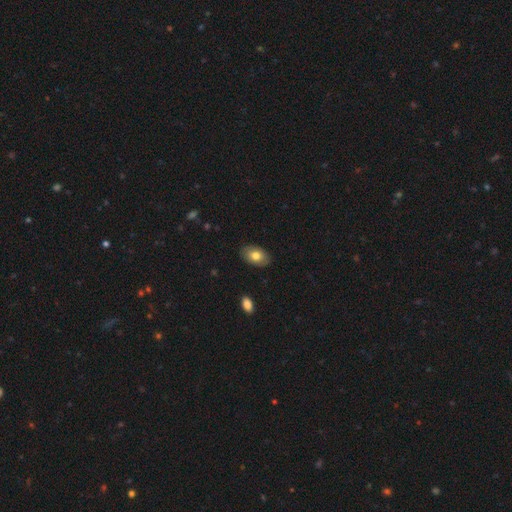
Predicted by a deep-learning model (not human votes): smooth-or-featured: smooth: 76% | featured or disk: 17% | star or artifact: 7%
  how-rounded: in between: 90% | round: 8% | cigar-shaped: 1%
  merging: none: 87% | minor disturbance: 10% | major disturbance: 2% | merger: 1%